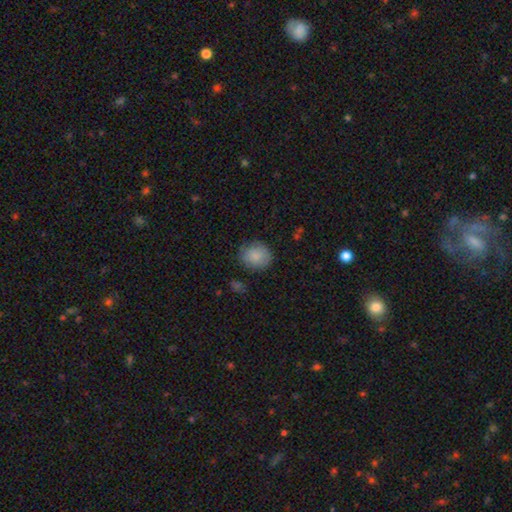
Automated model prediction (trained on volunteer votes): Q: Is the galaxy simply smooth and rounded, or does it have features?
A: smooth — 85%.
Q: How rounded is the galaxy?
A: round — 77%.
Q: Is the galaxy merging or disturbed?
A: none — 78%.